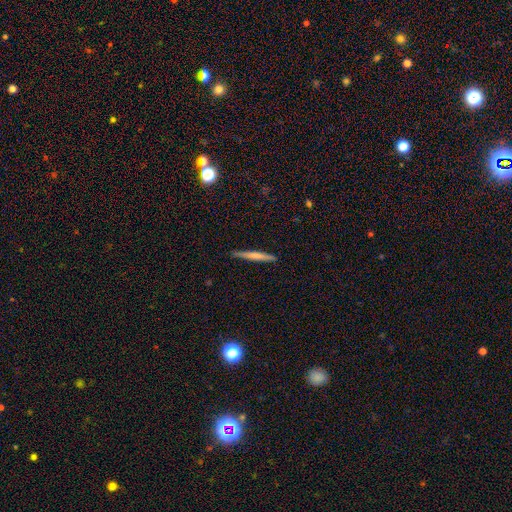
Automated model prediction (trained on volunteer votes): Smooth or featured: smooth — 58% (featured or disk — 37%)
How rounded: cigar-shaped — 96% (in between — 3%)
Merging: none — 88% (minor disturbance — 9%)